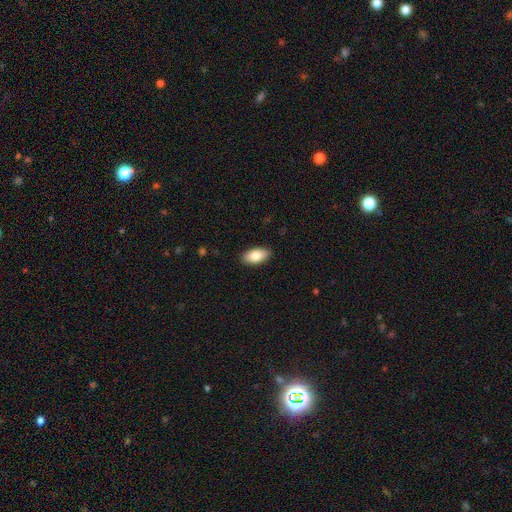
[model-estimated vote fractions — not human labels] The model was most divided on "smooth or featured": smooth: 84%, featured or disk: 10%, star or artifact: 6%. More confident: how rounded — in between (94%); merging — none (89%).